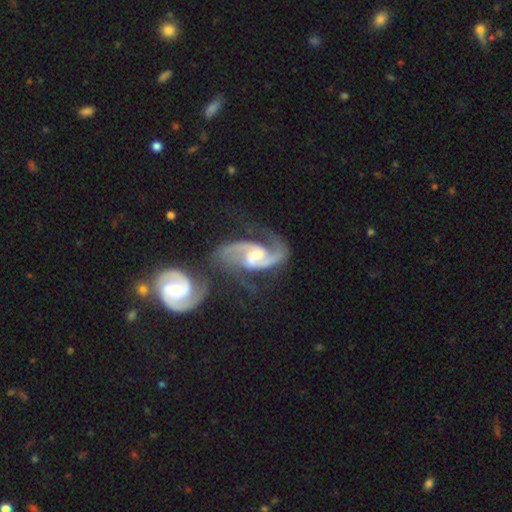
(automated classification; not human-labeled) Smooth or featured: featured or disk — 93% (star or artifact — 4%)
Edge-on disk: no — 98% (yes — 2%)
Bar: weak — 49% (no — 28%)
Spiral arms: yes — 98% (no — 2%)
Spiral winding: medium — 57% (loose — 26%)
Spiral arm count: 2 — 92% (can't tell — 2%)
Bulge size: moderate — 50% (small — 41%)
Merging: none — 38% (merger — 35%)